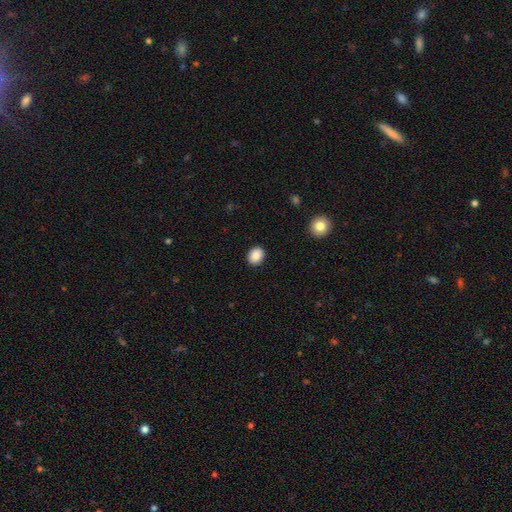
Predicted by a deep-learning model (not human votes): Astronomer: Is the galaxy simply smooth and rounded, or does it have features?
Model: smooth — 88%.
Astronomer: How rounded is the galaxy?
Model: round — 54% (runner-up: in between, 45%).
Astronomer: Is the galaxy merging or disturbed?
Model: none — 90%.